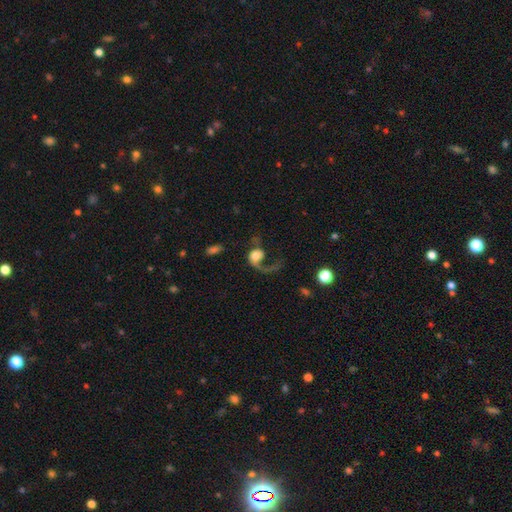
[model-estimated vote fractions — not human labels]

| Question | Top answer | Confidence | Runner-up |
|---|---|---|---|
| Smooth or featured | featured or disk | 53% | smooth (38%) |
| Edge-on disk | no | 97% | yes (3%) |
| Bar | no | 77% | weak (19%) |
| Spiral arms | yes | 81% | no (19%) |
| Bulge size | large | 34% | moderate (33%) |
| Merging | major disturbance | 57% | none (25%) |